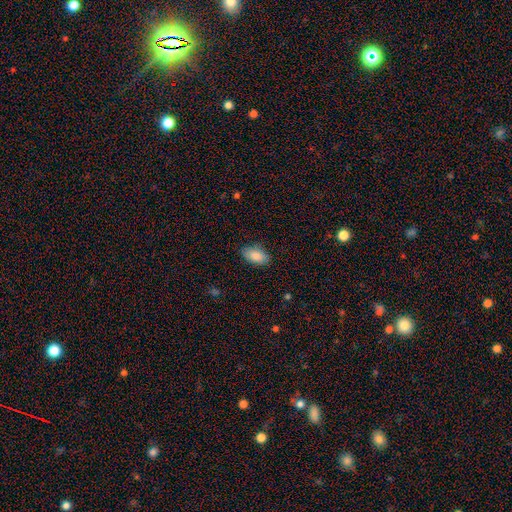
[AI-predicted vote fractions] Smooth or featured?
  - smooth: 86% *
  - featured or disk: 7%
  - star or artifact: 7%
How rounded?
  - in between: 94% *
  - round: 4%
  - cigar-shaped: 2%
Merging?
  - none: 86% *
  - minor disturbance: 11%
  - major disturbance: 2%
  - merger: 1%